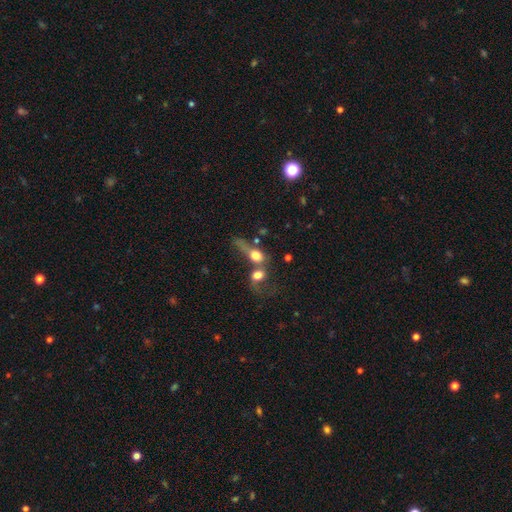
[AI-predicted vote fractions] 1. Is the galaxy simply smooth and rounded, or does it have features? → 66% smooth, 23% featured or disk, 11% star or artifact.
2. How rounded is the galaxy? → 48% round, 43% in between, 9% cigar-shaped.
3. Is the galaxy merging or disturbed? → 65% merger, 15% major disturbance, 13% none, 7% minor disturbance.